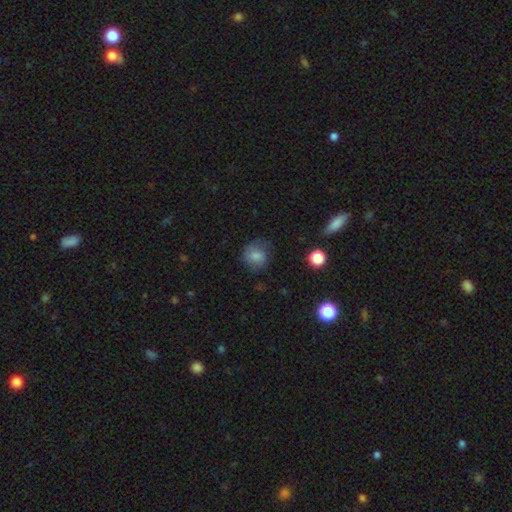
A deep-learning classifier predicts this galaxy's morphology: type=smooth (75%); roundness=round (78%); merging=none (62%).